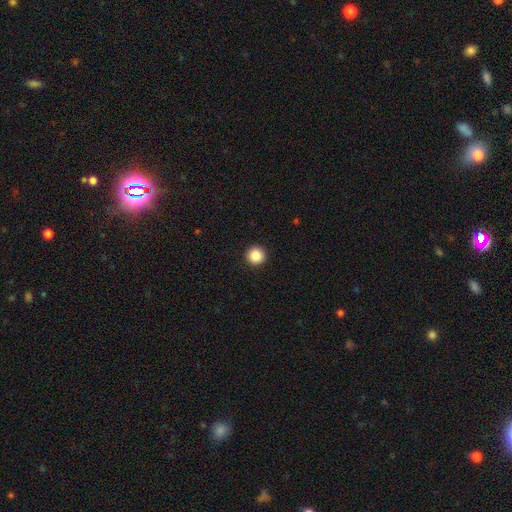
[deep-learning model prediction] Smooth or featured?
  - smooth: 89% *
  - star or artifact: 9%
  - featured or disk: 3%
How rounded?
  - round: 96% *
  - in between: 3%
  - cigar-shaped: 1%
Merging?
  - none: 93% *
  - minor disturbance: 4%
  - major disturbance: 2%
  - merger: 1%